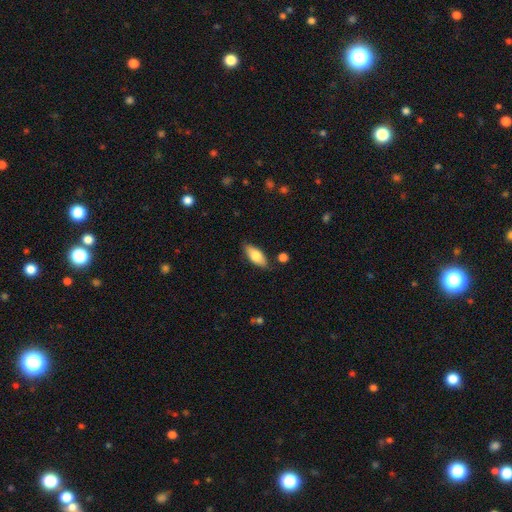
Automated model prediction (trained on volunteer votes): A smooth galaxy with no disk features (76%) that is in between round and cigar-shaped (84%).

Vote fractions:
- Smooth or featured? smooth: 76% / featured or disk: 18% / star or artifact: 6%
- How rounded? in between: 84% / cigar-shaped: 14% / round: 3%
- Merging? none: 82% / minor disturbance: 13% / major disturbance: 3% / merger: 2%